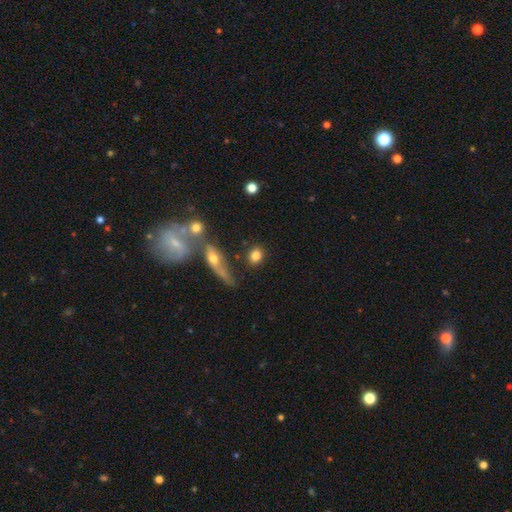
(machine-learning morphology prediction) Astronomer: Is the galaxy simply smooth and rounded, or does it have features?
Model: smooth — 81%.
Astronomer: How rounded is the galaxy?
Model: round — 50% (runner-up: in between, 45%).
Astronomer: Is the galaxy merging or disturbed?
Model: none — 78%.